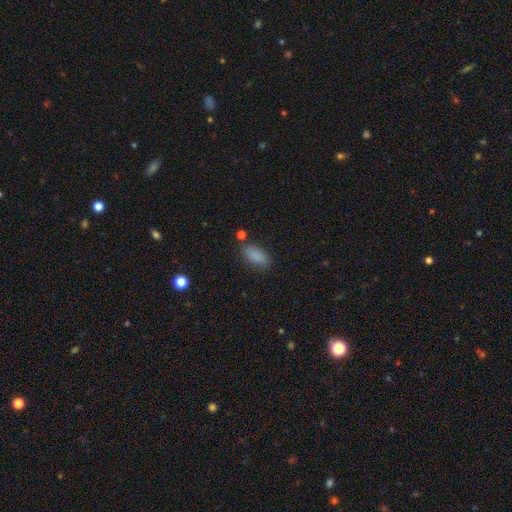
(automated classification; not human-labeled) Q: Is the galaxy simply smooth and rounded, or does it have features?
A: smooth — 86%.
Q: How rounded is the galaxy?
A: in between — 83%.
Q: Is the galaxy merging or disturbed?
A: none — 77%.